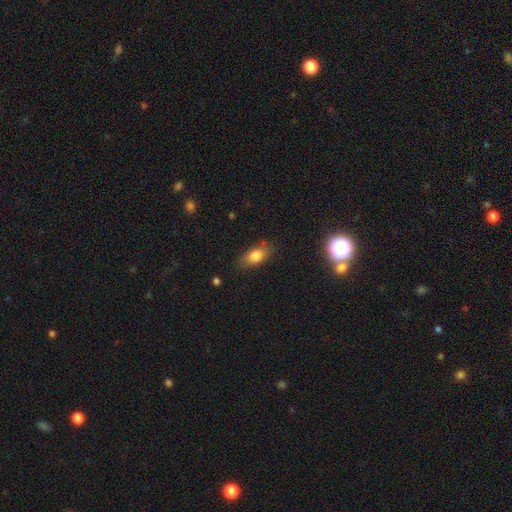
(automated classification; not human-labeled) A smooth galaxy with no disk features (79%) that is in between round and cigar-shaped (85%). Merging: none (79%).